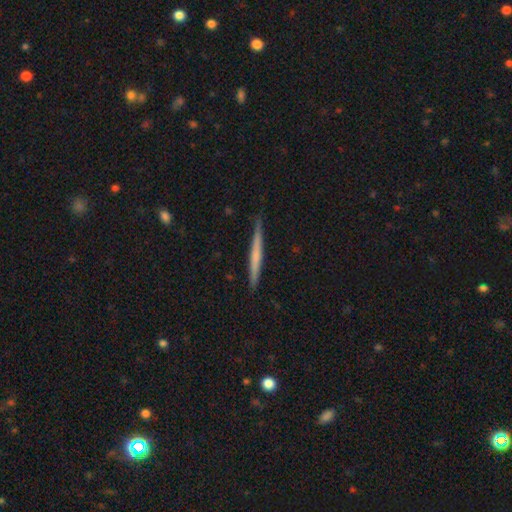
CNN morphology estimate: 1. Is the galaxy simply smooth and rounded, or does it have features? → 49% smooth, 45% featured or disk, 5% star or artifact.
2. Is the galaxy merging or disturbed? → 89% none, 8% minor disturbance, 1% major disturbance, 1% merger.